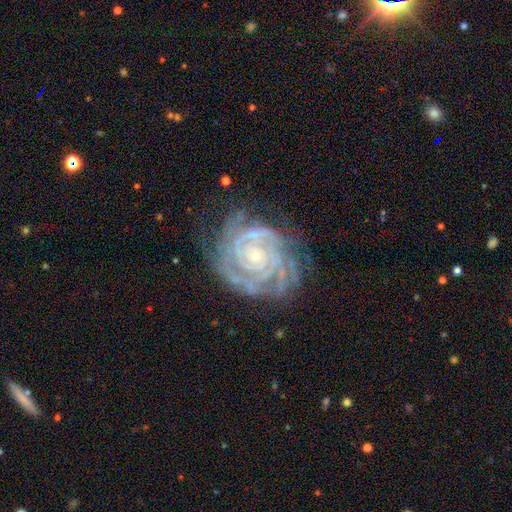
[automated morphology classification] type=featured or disk (91%); edge-on=no (97%); bar=no (76%); spiral arms=yes (98%); winding=tight (82%); arm count=4 (25%); bulge=small (82%); merging=none (67%).